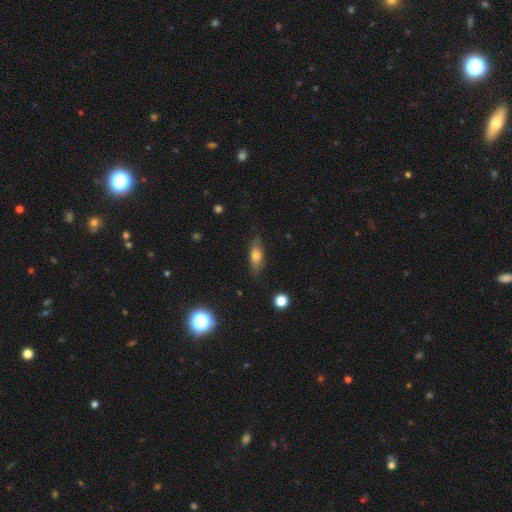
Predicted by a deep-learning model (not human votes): Smooth or featured? Predicted: smooth (p=0.64). How rounded? Predicted: in between (p=0.62). Merging? Predicted: none (p=0.80).